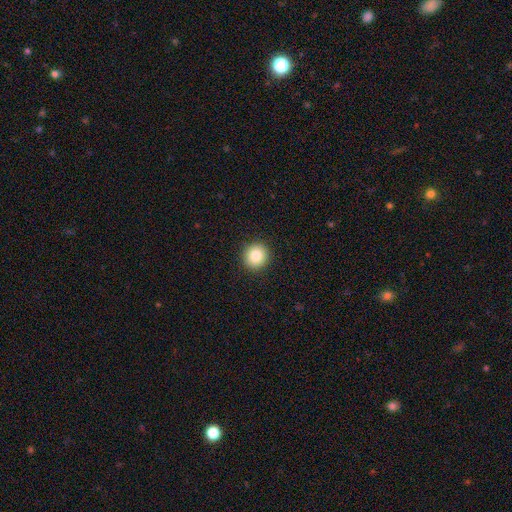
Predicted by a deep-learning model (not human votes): smooth-or-featured: smooth: 85% | star or artifact: 9% | featured or disk: 6%
  how-rounded: round: 91% | in between: 8% | cigar-shaped: 1%
  merging: none: 92% | minor disturbance: 5% | major disturbance: 2% | merger: 1%